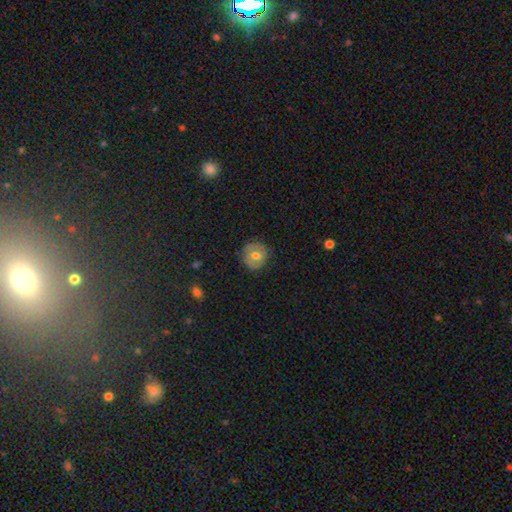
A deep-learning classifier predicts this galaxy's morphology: The model was most divided on "smooth or featured": smooth: 53%, featured or disk: 39%, star or artifact: 8%. More confident: how rounded — round (89%); merging — none (82%).